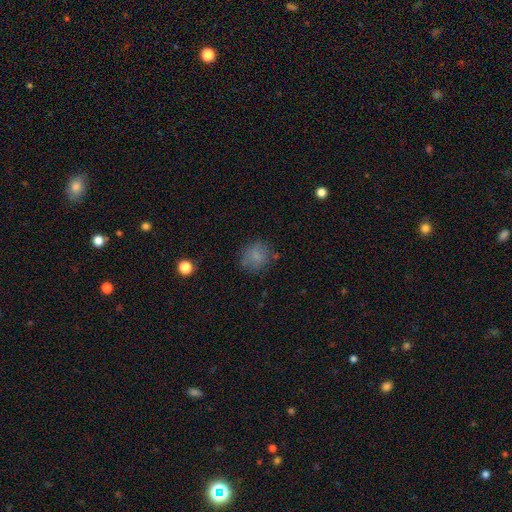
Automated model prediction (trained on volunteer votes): This is likely a smooth galaxy (76%). How rounded: likely round (78%). Merging: likely none (71%).